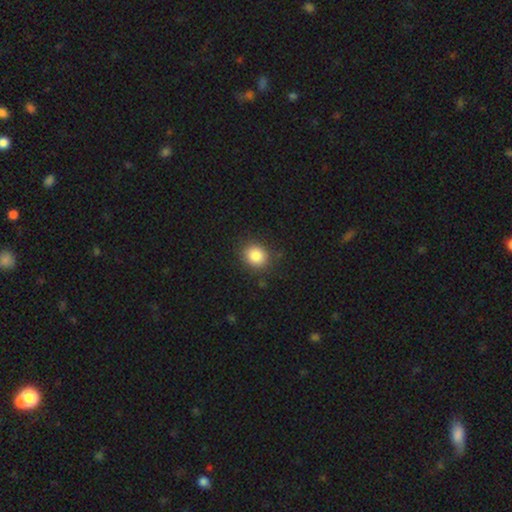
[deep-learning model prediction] The model was most divided on "how rounded": round: 69%, in between: 30%, cigar-shaped: 1%. More confident: merging — none (87%); smooth or featured — smooth (86%).